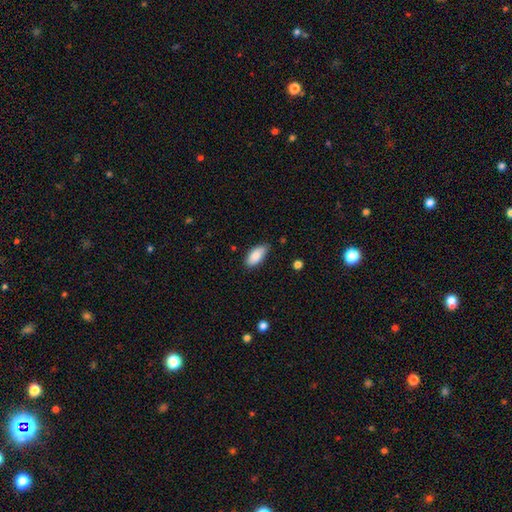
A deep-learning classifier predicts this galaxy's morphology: smooth-or-featured: smooth: 87% | star or artifact: 6% | featured or disk: 6%
  how-rounded: in between: 90% | cigar-shaped: 8% | round: 2%
  merging: none: 74% | minor disturbance: 22% | major disturbance: 3% | merger: 1%